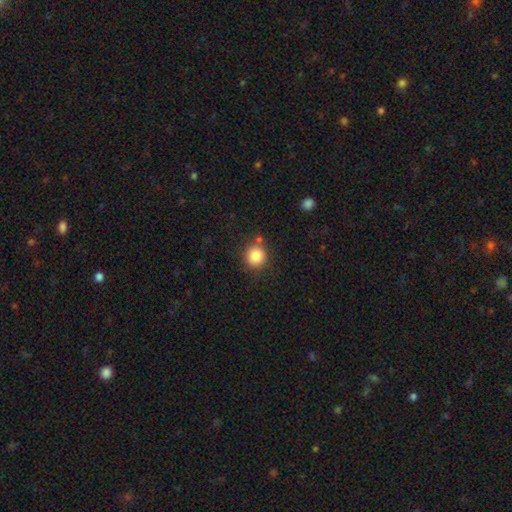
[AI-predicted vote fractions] Smooth or featured: smooth — 86% (star or artifact — 10%)
How rounded: round — 89% (in between — 10%)
Merging: none — 80% (minor disturbance — 10%)